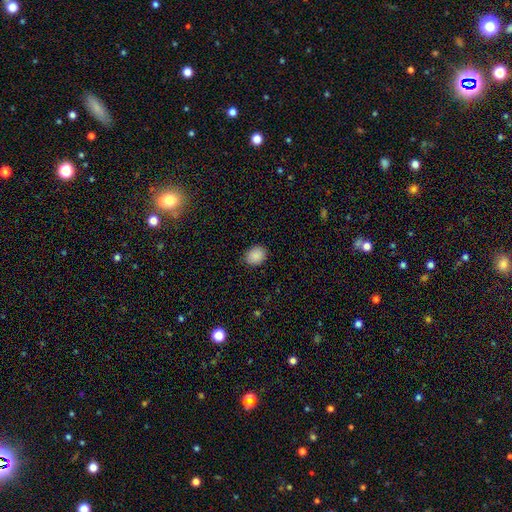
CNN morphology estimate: This appears to be a smooth galaxy with no disk features (88%) that is round (58%). Merging: none (85%).